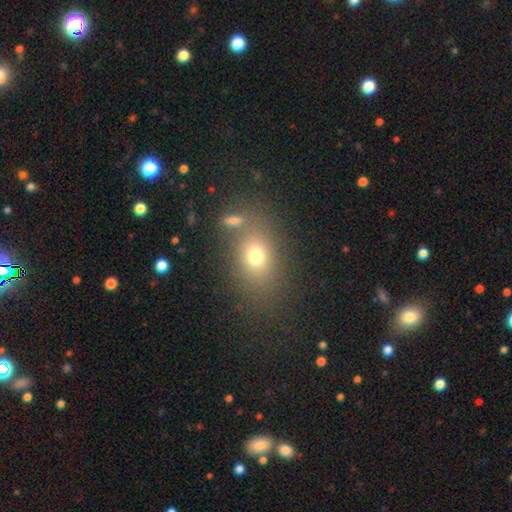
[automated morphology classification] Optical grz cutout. It shows a smooth galaxy with no disk features (72%) that is in between round and cigar-shaped (66%). Merging: none (68%).